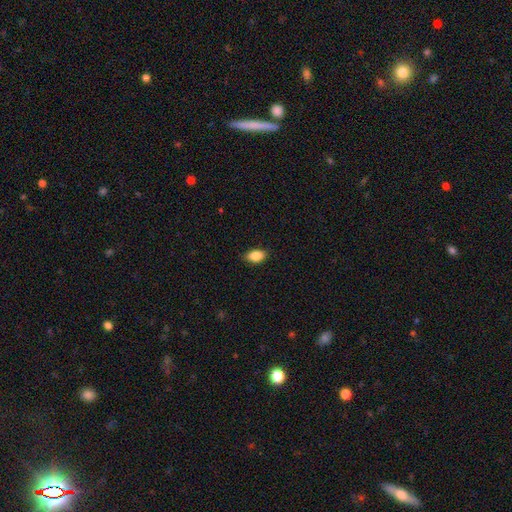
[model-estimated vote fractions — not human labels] Smooth or featured? smooth (86%)
How rounded? in between (88%)
Merging? none (86%)